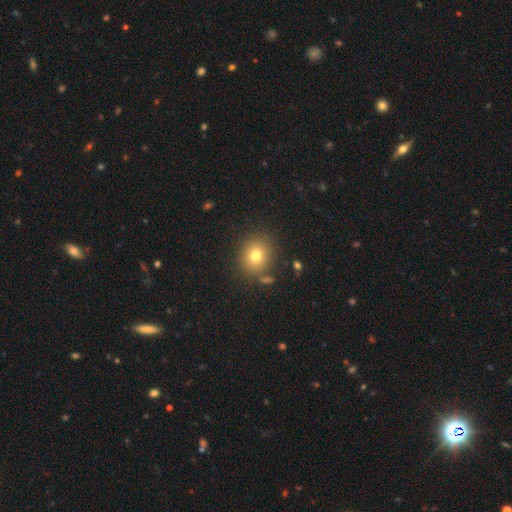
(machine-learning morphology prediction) A smooth galaxy with no disk features (77%) that is round (77%).

Vote fractions:
- Smooth or featured? smooth: 77% / star or artifact: 13% / featured or disk: 10%
- How rounded? round: 77% / in between: 22% / cigar-shaped: 1%
- Merging? none: 82% / minor disturbance: 9% / merger: 5% / major disturbance: 3%